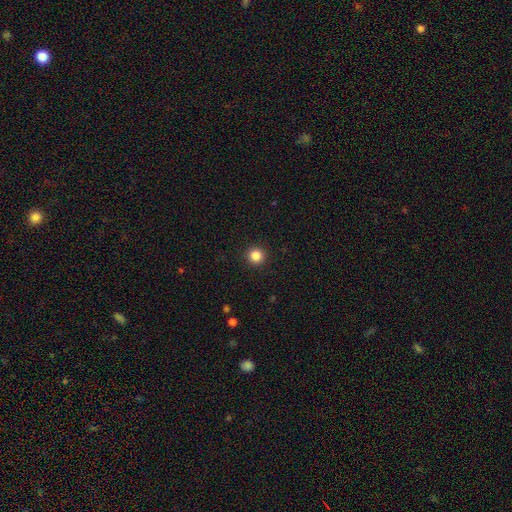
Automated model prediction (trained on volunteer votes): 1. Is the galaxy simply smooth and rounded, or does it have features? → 85% smooth, 11% star or artifact, 4% featured or disk.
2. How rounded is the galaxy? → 95% round, 4% in between, 1% cigar-shaped.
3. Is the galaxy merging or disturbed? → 93% none, 4% minor disturbance, 2% major disturbance, 1% merger.